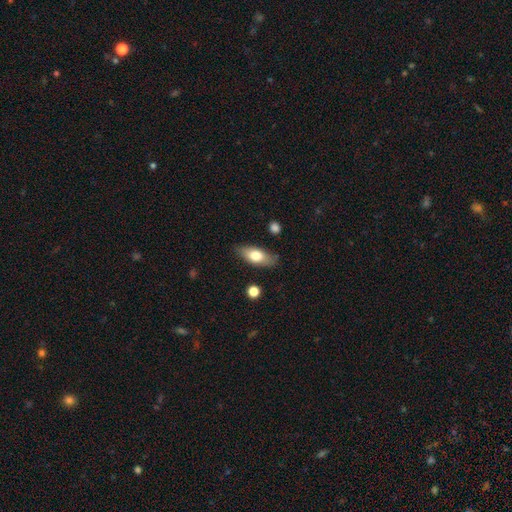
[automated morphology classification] Smooth or featured? smooth (71%)
How rounded? in between (82%)
Merging? none (80%)